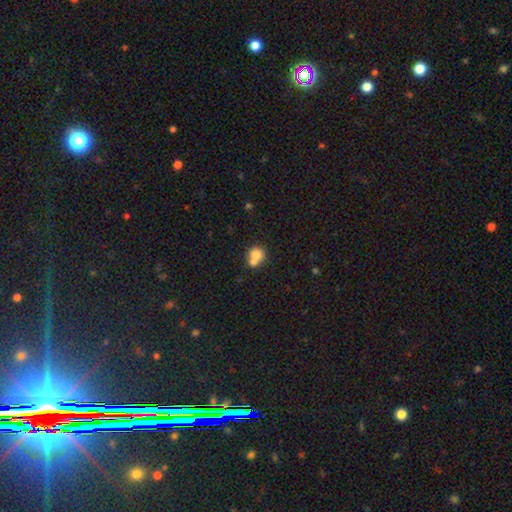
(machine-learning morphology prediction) Smooth or featured? smooth (73%)
How rounded? round (77%)
Merging? merger (53%)